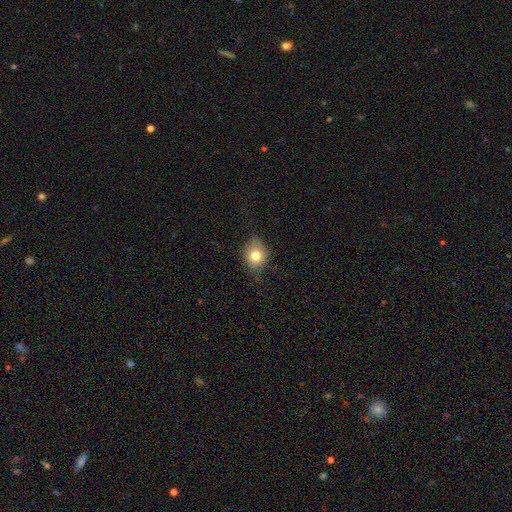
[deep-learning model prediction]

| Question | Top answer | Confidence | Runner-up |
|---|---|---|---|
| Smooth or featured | smooth | 75% | featured or disk (15%) |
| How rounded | round | 53% | in between (46%) |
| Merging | none | 64% | minor disturbance (27%) |